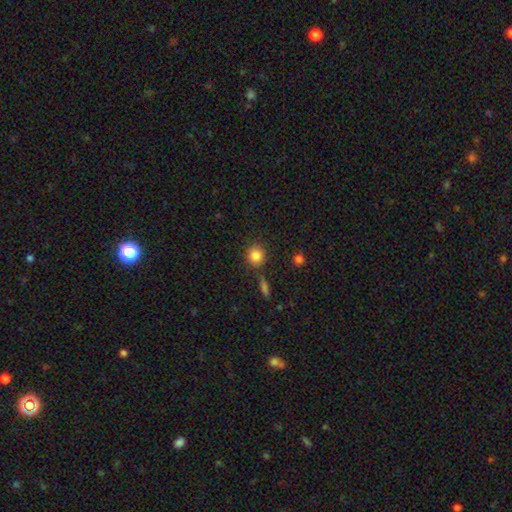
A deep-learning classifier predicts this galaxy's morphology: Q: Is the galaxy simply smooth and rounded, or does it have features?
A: smooth — 85%.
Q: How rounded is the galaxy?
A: round — 85%.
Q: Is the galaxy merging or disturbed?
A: none — 82%.